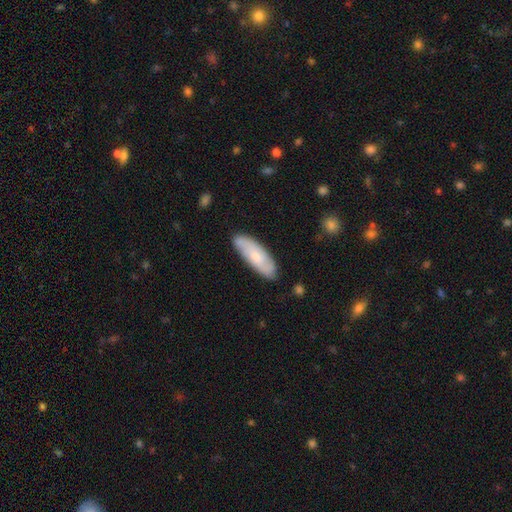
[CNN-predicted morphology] smooth 56%, featured or disk 39%, star or artifact 6%. Down the decision tree: how rounded — in between (59%); merging — none (81%).